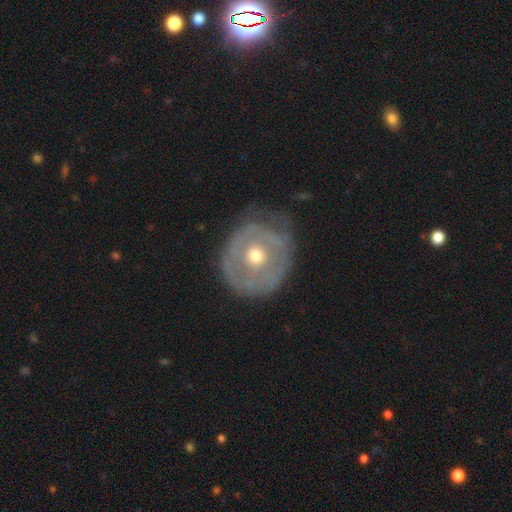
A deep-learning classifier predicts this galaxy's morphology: Smooth or featured: featured or disk — 64% (smooth — 29%)
Edge-on disk: no — 96% (yes — 4%)
Bar: no — 86% (weak — 11%)
Spiral arms: no — 62% (yes — 38%)
Bulge size: moderate — 67% (small — 27%)
Merging: none — 57% (minor disturbance — 27%)